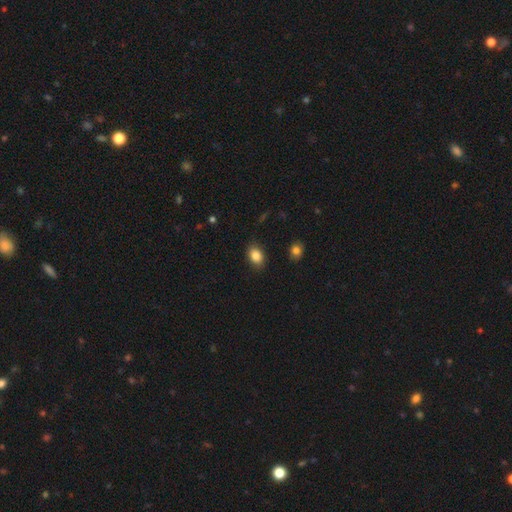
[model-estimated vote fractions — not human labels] A smooth galaxy with no disk features (85%) that is in between round and cigar-shaped (77%).

Vote fractions:
- Smooth or featured? smooth: 85% / star or artifact: 9% / featured or disk: 6%
- How rounded? in between: 77% / round: 22% / cigar-shaped: 1%
- Merging? none: 84% / minor disturbance: 12% / major disturbance: 3% / merger: 2%